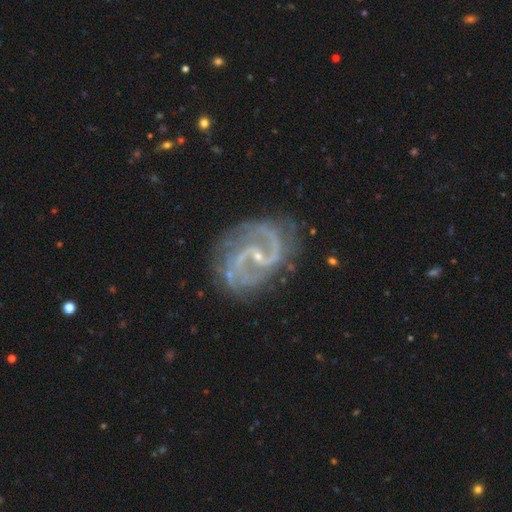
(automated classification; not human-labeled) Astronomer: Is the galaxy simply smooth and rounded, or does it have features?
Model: featured or disk — 91%.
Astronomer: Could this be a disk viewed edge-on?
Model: no — 98%.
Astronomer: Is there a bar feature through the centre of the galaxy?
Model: weak — 48% (runner-up: no, 29%).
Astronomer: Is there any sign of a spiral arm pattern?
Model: yes — 97%.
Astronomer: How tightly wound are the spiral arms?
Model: medium — 55%.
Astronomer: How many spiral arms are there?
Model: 2 — 87%.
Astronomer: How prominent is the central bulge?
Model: small — 79%.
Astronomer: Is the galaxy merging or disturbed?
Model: none — 75%.